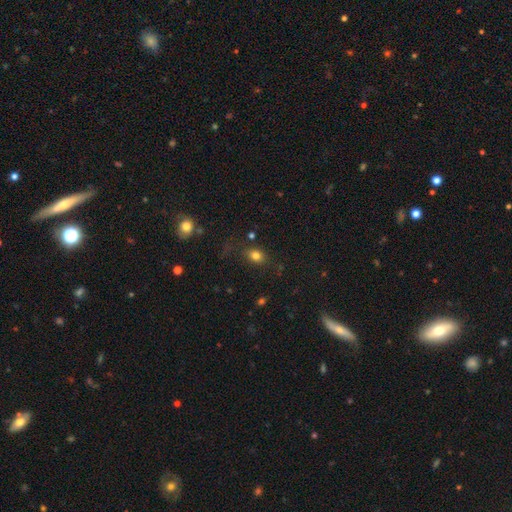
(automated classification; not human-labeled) A smooth galaxy with no disk features (79%) that is in between round and cigar-shaped (61%). Merging: none (76%).